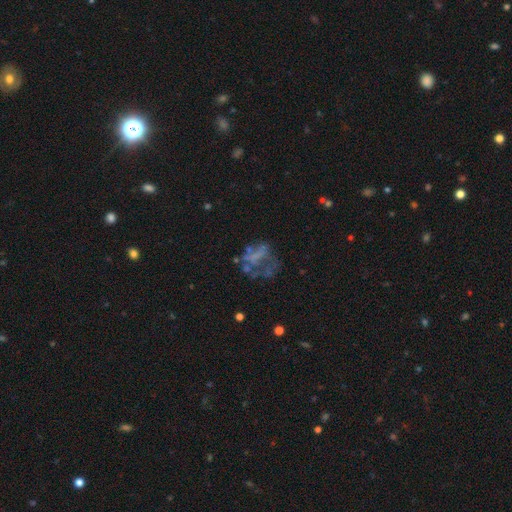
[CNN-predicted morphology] This appears to be a featured or disk galaxy (52%) with no bar (86%), no spiral arms (91%) and no central bulge (81%). Merging: major disturbance (38%).